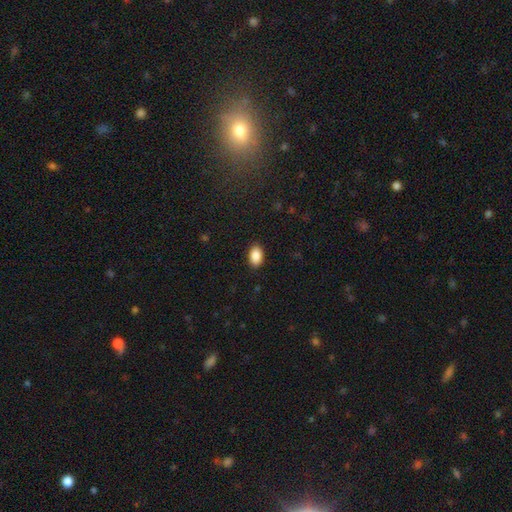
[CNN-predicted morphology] Overall: smooth (89%). How rounded: in between (92%). Merging: none (89%).